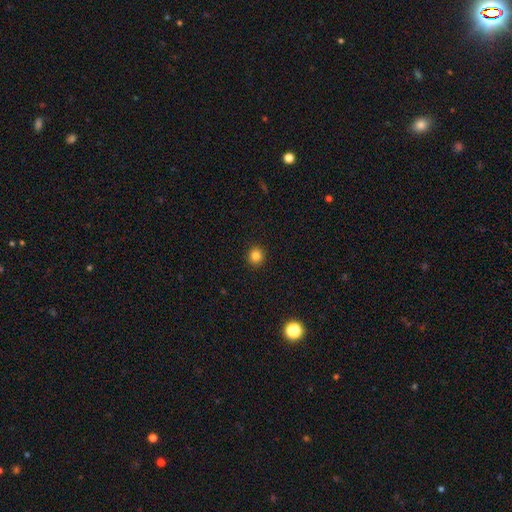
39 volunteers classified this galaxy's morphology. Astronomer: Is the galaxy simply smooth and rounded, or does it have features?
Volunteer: smooth — 85%.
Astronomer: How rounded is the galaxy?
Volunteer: round — 91%.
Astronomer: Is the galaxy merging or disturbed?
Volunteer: none — 89%.